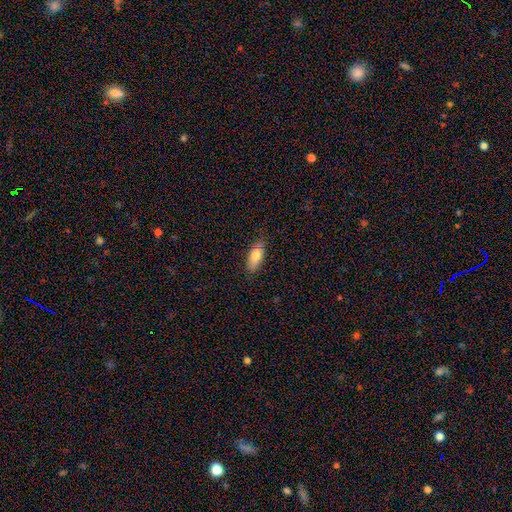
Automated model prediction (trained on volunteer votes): Morphology: type=smooth (77%); roundness=in between (82%); merging=none (83%).